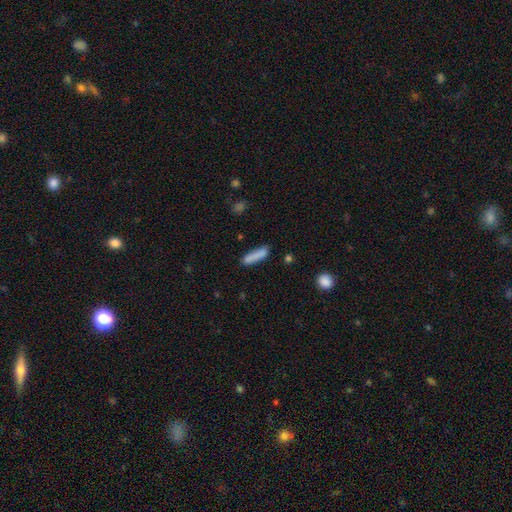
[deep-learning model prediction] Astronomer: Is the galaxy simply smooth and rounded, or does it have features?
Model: smooth — 84%.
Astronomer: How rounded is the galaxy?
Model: cigar-shaped — 77%.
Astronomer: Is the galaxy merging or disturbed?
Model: none — 77%.